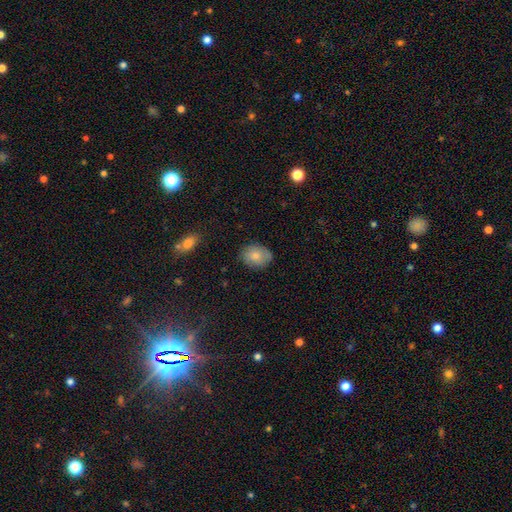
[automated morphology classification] Smooth or featured? Predicted: smooth (p=0.75). How rounded? Predicted: in between (p=0.51). Merging? Predicted: none (p=0.79).